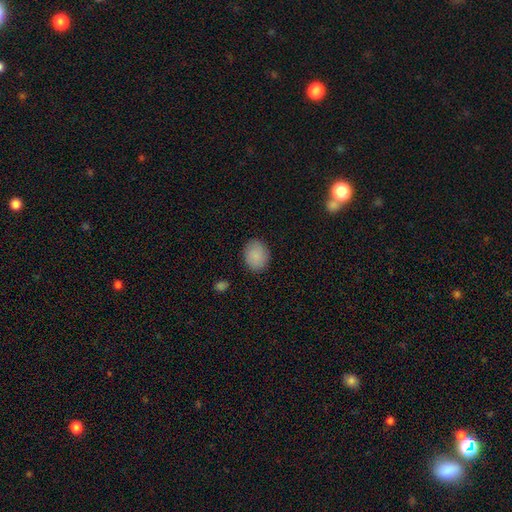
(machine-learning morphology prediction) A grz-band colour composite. It shows a smooth galaxy with no disk features (88%) that is in between round and cigar-shaped (51%). Merging: none (88%).